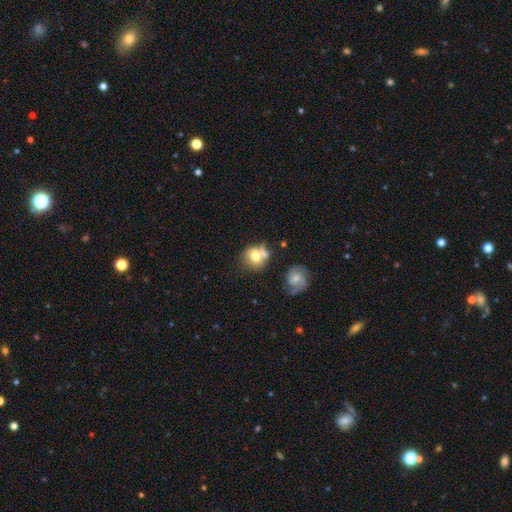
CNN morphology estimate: Smooth or featured?
  - smooth: 67% *
  - featured or disk: 24%
  - star or artifact: 9%
How rounded?
  - round: 73% *
  - in between: 26%
  - cigar-shaped: 1%
Merging?
  - none: 42% *
  - merger: 32%
  - minor disturbance: 17%
  - major disturbance: 9%